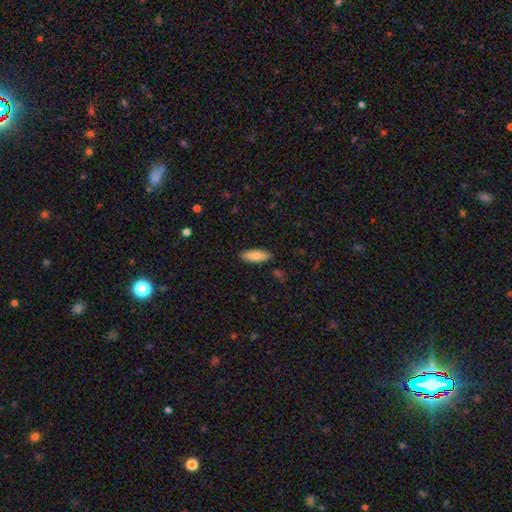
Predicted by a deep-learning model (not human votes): This appears to be a smooth galaxy with no disk features (82%) that is in between round and cigar-shaped (76%). Merging: none (88%).